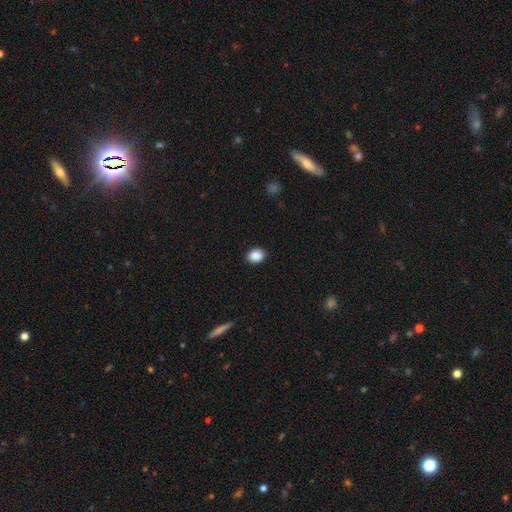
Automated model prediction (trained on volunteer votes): Smooth or featured? Predicted: smooth (p=0.89). How rounded? Predicted: in between (p=0.54). Merging? Predicted: none (p=0.89).